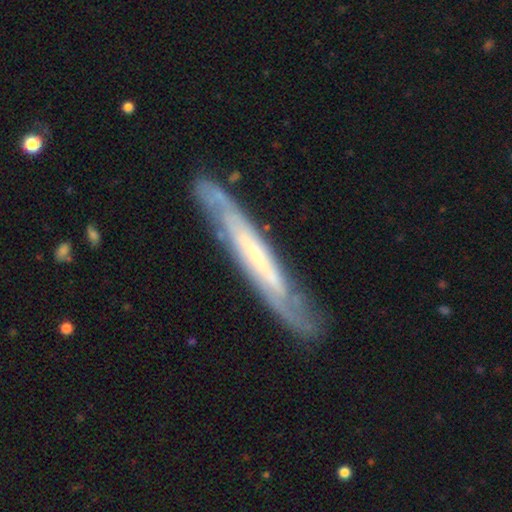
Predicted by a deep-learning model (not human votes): The model was most divided on "edge-on disk": yes: 60%, no: 40%. More confident: merging — none (80%); smooth or featured — featured or disk (76%).